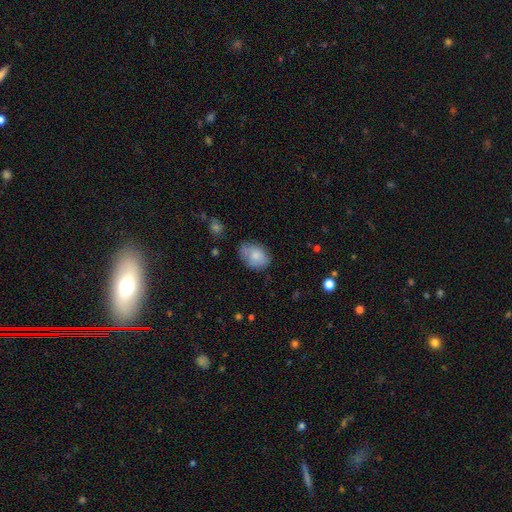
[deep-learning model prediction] smooth 78%, featured or disk 15%, star or artifact 8%. Down the decision tree: how rounded — in between (73%); merging — none (60%).